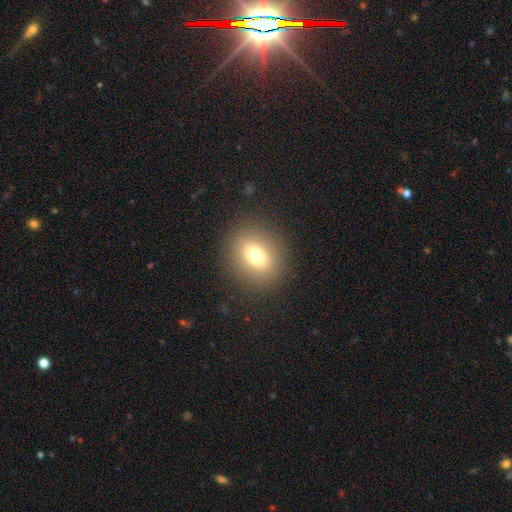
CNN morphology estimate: smooth-or-featured: smooth: 72% | featured or disk: 14% | star or artifact: 14%
  how-rounded: round: 61% | in between: 38% | cigar-shaped: 1%
  merging: none: 87% | minor disturbance: 7% | major disturbance: 4% | merger: 1%